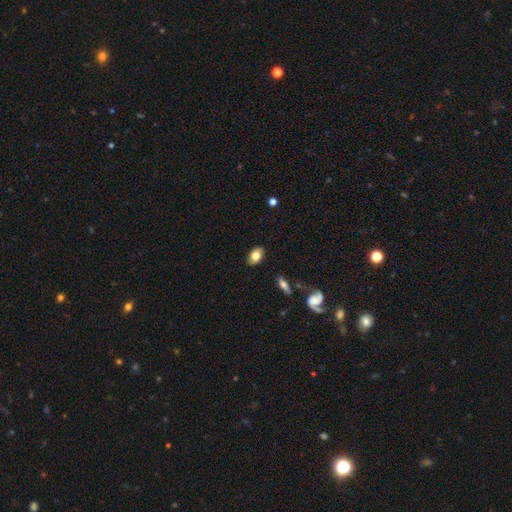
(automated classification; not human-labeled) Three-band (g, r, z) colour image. It shows a smooth galaxy with no disk features (78%) that is in between round and cigar-shaped (85%). Merging: none (86%).